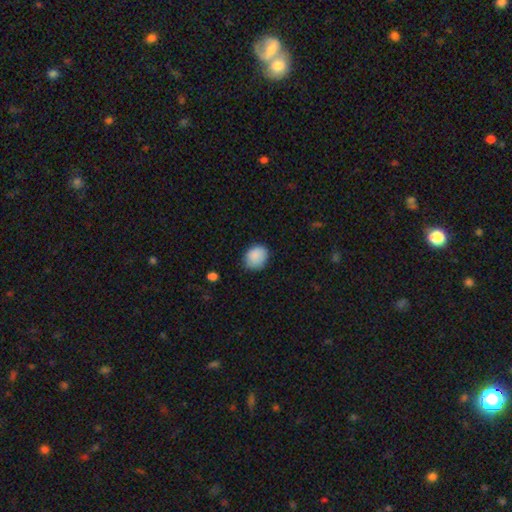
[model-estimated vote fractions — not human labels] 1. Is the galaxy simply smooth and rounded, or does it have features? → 89% smooth, 8% star or artifact, 4% featured or disk.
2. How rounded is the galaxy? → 51% round, 48% in between, 1% cigar-shaped.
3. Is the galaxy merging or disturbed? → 79% none, 17% minor disturbance, 3% major disturbance, 1% merger.